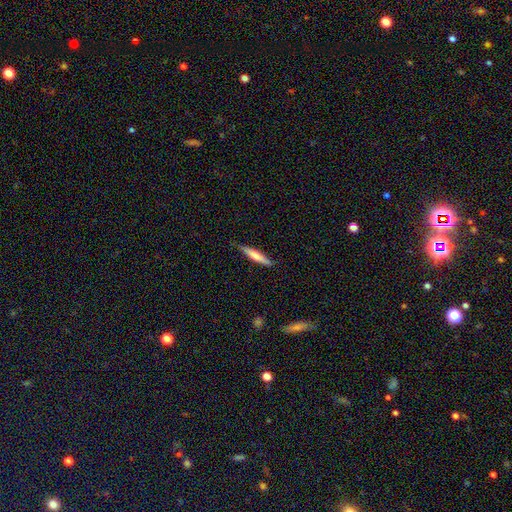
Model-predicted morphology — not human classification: This appears to be a smooth galaxy with no disk features (56%) that is cigar-shaped (92%). Merging: none (85%).